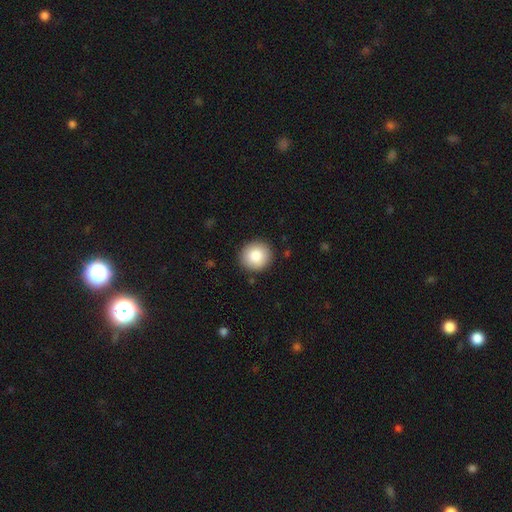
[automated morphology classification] Smooth or featured? Predicted: smooth (p=0.85). How rounded? Predicted: round (p=0.89). Merging? Predicted: none (p=0.91).